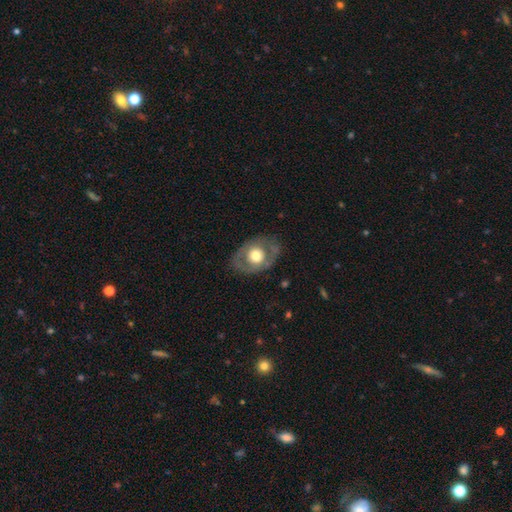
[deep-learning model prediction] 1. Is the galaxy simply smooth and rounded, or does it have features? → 51% featured or disk, 43% smooth, 6% star or artifact.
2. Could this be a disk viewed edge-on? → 92% no, 8% yes.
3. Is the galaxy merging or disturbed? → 74% none, 16% minor disturbance, 8% major disturbance, 1% merger.